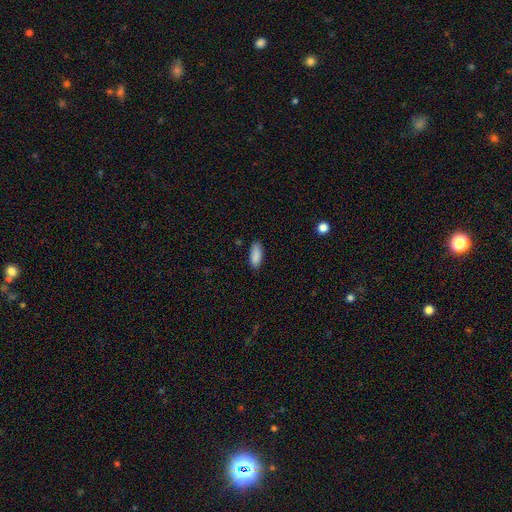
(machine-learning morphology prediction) This is clearly a smooth galaxy (89%). How rounded: likely in between (79%). Merging: clearly none (85%).